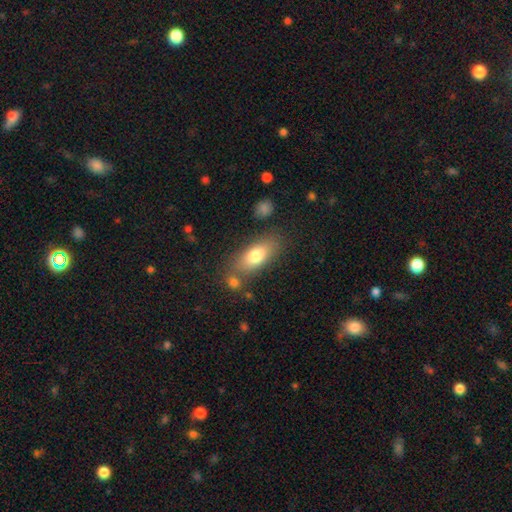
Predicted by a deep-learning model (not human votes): Smooth or featured: smooth — 76% (featured or disk — 17%)
How rounded: in between — 82% (cigar-shaped — 14%)
Merging: none — 71% (minor disturbance — 15%)